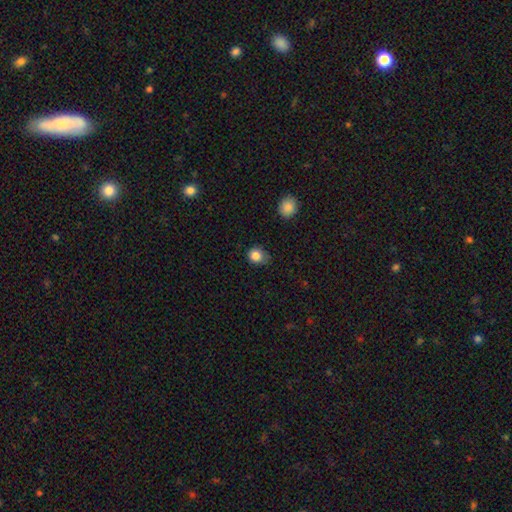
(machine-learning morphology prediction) Smooth or featured: smooth — 84% (star or artifact — 10%)
How rounded: round — 71% (in between — 28%)
Merging: none — 62% (minor disturbance — 30%)